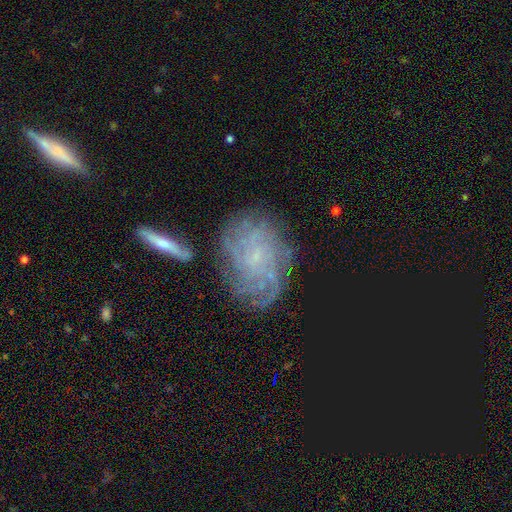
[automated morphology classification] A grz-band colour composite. It shows a featured or disk galaxy (74%) with no bar (67%), tight (67%) spiral arms (92%) and a small central bulge (76%). Merging: none (73%).